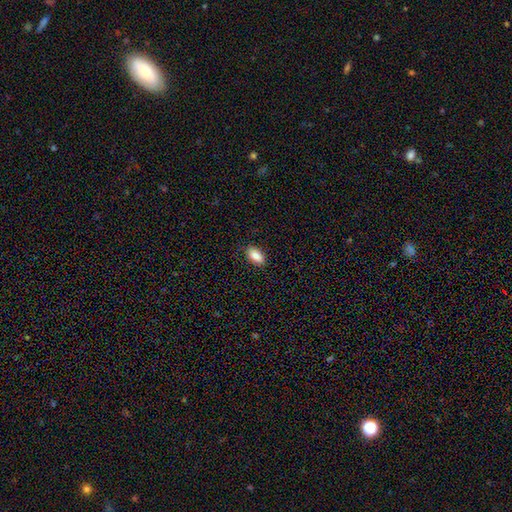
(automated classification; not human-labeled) This is clearly a smooth galaxy (87%). How rounded: clearly in between (92%). Merging: clearly none (85%).